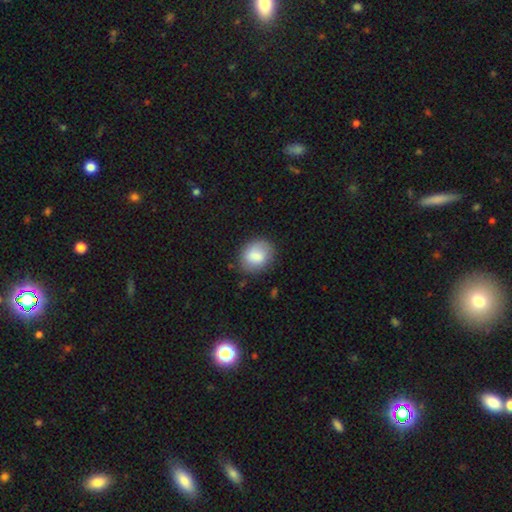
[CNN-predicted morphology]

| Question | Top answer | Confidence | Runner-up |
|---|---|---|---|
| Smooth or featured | smooth | 81% | featured or disk (12%) |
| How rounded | round | 57% | in between (42%) |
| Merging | none | 76% | minor disturbance (17%) |